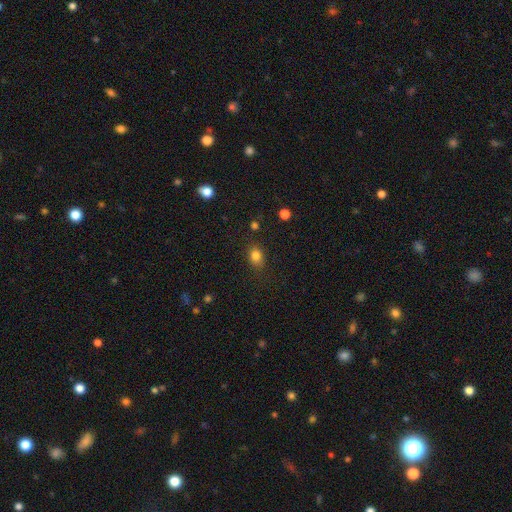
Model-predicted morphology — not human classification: smooth-or-featured: smooth: 82% | star or artifact: 12% | featured or disk: 6%
  how-rounded: in between: 54% | round: 45% | cigar-shaped: 1%
  merging: none: 81% | minor disturbance: 13% | major disturbance: 4% | merger: 2%